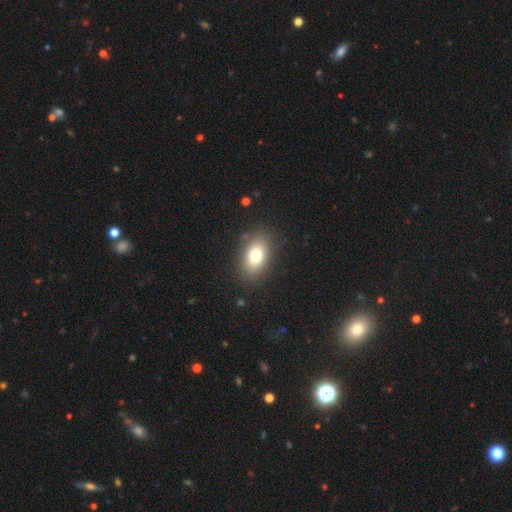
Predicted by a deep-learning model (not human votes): A smooth galaxy with no disk features (76%) that is in between round and cigar-shaped (84%).

Vote fractions:
- Smooth or featured? smooth: 76% / featured or disk: 14% / star or artifact: 10%
- How rounded? in between: 84% / round: 14% / cigar-shaped: 2%
- Merging? none: 85% / minor disturbance: 10% / major disturbance: 4% / merger: 1%